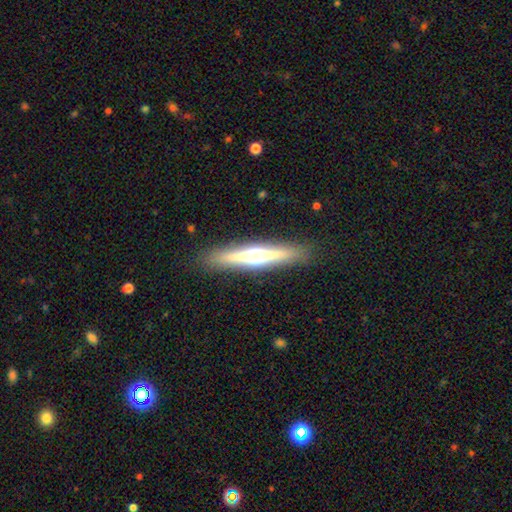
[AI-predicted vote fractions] A featured or disk galaxy (65%) viewed edge-on (96%) with a rounded central bulge (88%). Merging: none (89%).